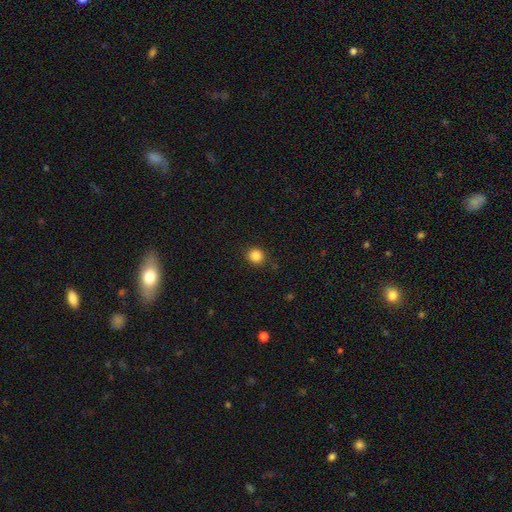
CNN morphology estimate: smooth-or-featured: smooth: 85% | star or artifact: 11% | featured or disk: 4%
  how-rounded: round: 86% | in between: 13% | cigar-shaped: 1%
  merging: none: 88% | minor disturbance: 9% | major disturbance: 3% | merger: 1%